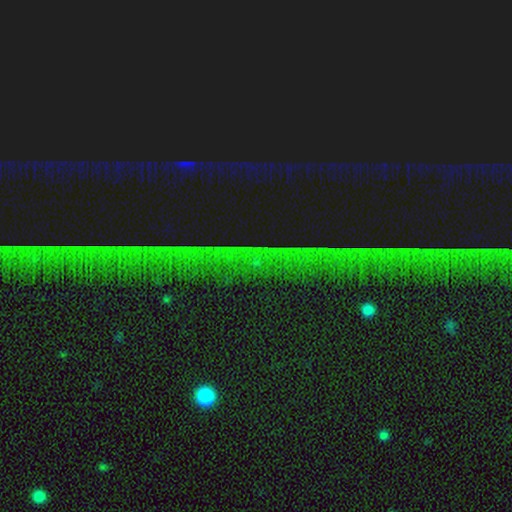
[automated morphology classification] Smooth or featured? star or artifact (86%)